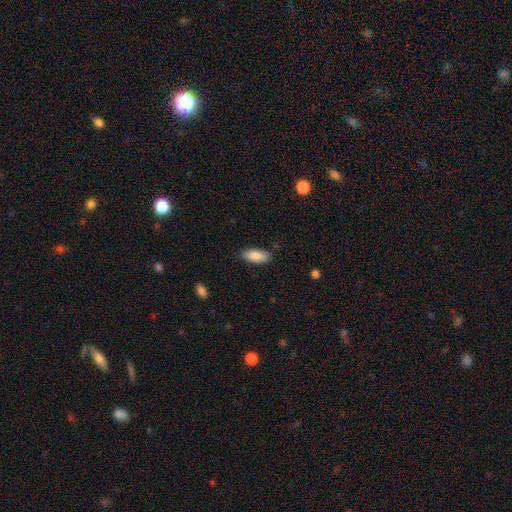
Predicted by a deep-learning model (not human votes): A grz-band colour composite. It shows a smooth galaxy with no disk features (87%) that is in between round and cigar-shaped (82%). Merging: none (83%).